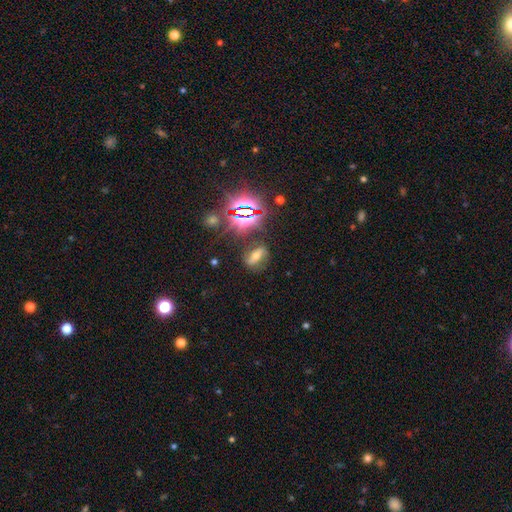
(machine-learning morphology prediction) Smooth or featured: featured or disk — 35% (star or artifact — 34%)
Merging: none — 76% (minor disturbance — 14%)